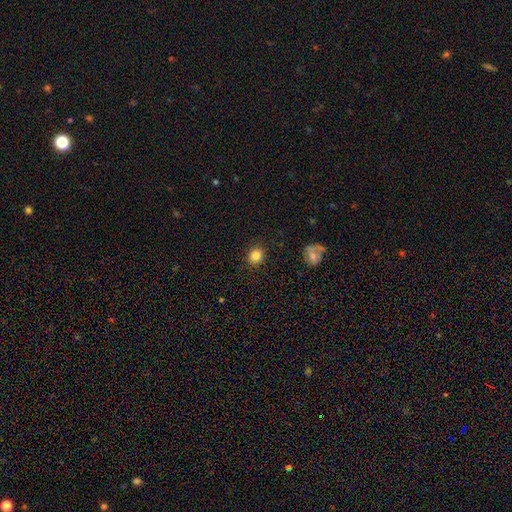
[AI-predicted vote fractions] Q: Smooth or featured?
A: smooth (83%); runner-up: star or artifact (11%)
Q: How rounded?
A: round (79%); runner-up: in between (20%)
Q: Merging?
A: none (89%); runner-up: minor disturbance (7%)